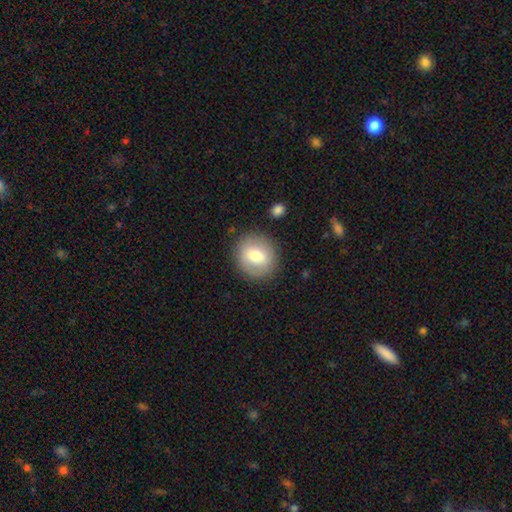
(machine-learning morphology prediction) A smooth galaxy with no disk features (70%) that is round (79%). Merging: none (86%).